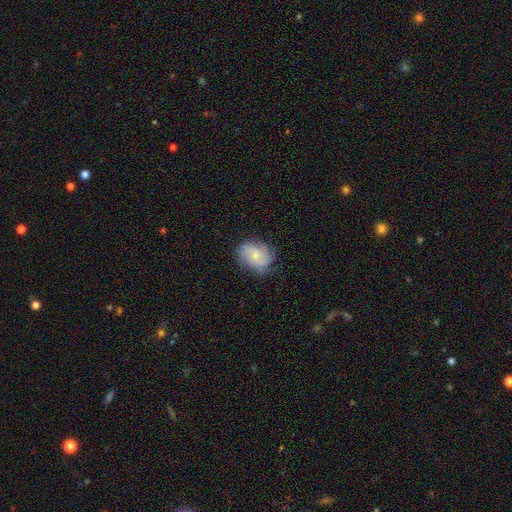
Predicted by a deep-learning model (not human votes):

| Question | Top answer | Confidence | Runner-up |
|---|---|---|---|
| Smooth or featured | smooth | 52% | featured or disk (40%) |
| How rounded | in between | 64% | round (35%) |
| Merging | none | 69% | minor disturbance (22%) |